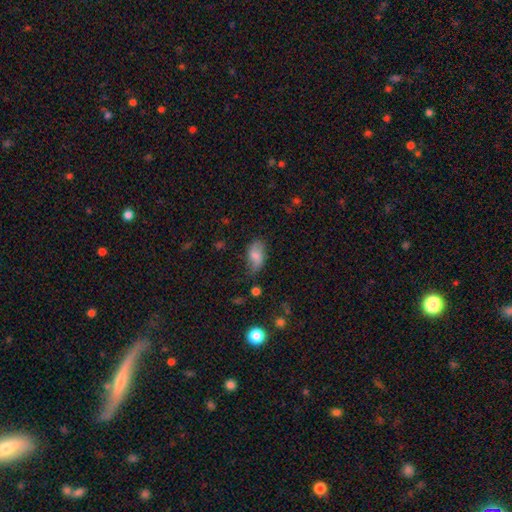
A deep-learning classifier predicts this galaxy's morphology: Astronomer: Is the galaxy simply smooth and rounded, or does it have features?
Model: smooth — 56% (runner-up: featured or disk, 35%).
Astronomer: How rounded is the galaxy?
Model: in between — 90%.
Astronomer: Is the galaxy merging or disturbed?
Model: none — 55% (runner-up: minor disturbance, 31%).